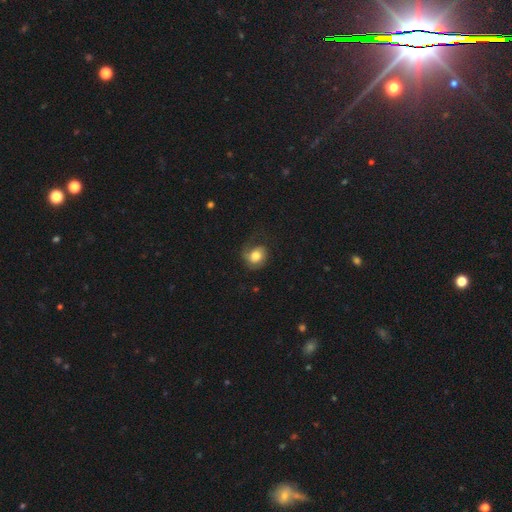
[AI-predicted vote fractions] smooth 62%, featured or disk 30%, star or artifact 8%. Down the decision tree: how rounded — round (63%); merging — none (52%).